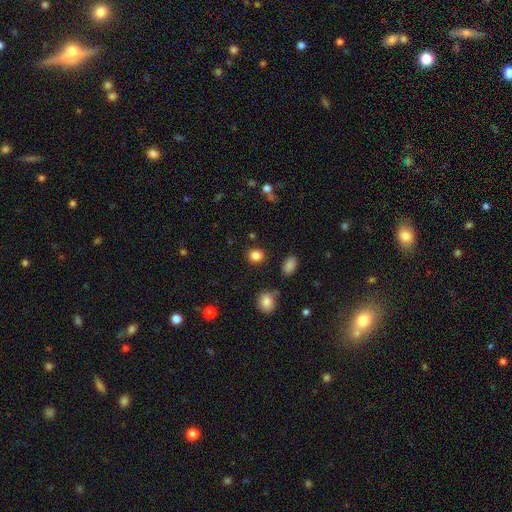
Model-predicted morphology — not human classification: Q: Smooth or featured?
A: smooth (85%); runner-up: star or artifact (11%)
Q: How rounded?
A: round (74%); runner-up: in between (25%)
Q: Merging?
A: none (88%); runner-up: minor disturbance (7%)